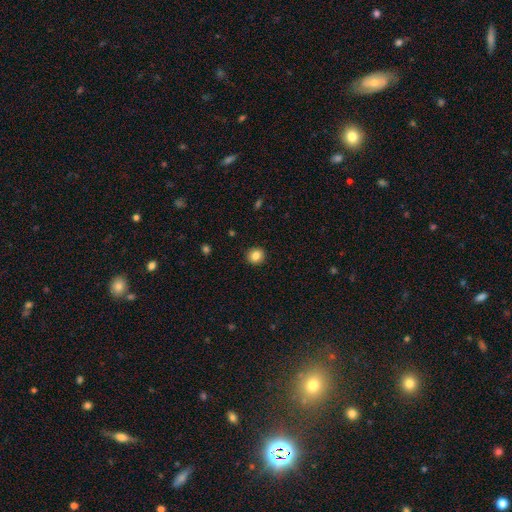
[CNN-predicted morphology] smooth 84%, star or artifact 10%, featured or disk 6%. Down the decision tree: how rounded — round (86%); merging — none (92%).